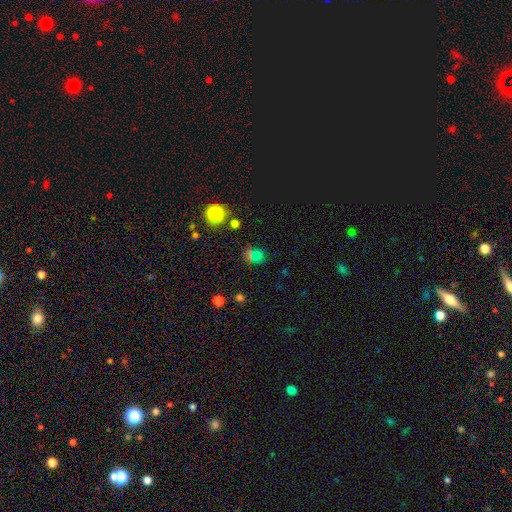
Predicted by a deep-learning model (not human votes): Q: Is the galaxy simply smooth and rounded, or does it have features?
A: smooth — 51%.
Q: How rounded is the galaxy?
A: round — 69%.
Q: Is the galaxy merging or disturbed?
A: none — 70%.